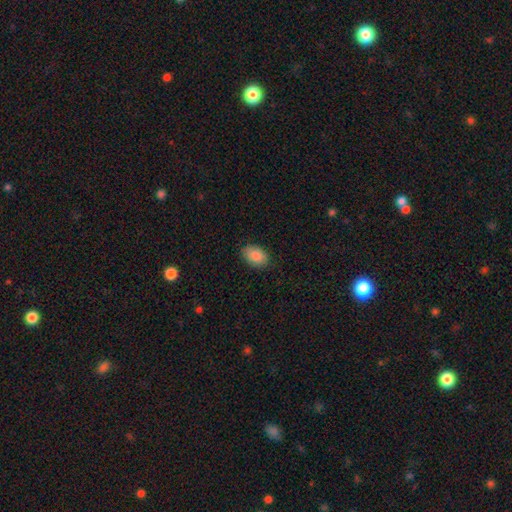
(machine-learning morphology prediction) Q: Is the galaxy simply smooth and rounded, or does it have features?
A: smooth — 88%.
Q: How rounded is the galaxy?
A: in between — 85%.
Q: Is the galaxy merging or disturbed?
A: none — 85%.